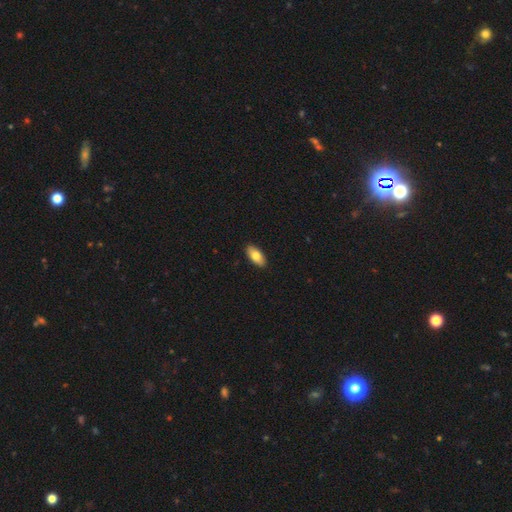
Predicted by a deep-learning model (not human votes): Smooth or featured?
  - smooth: 80% *
  - featured or disk: 14%
  - star or artifact: 6%
How rounded?
  - in between: 91% *
  - cigar-shaped: 7%
  - round: 2%
Merging?
  - none: 90% *
  - minor disturbance: 7%
  - major disturbance: 1%
  - merger: 1%